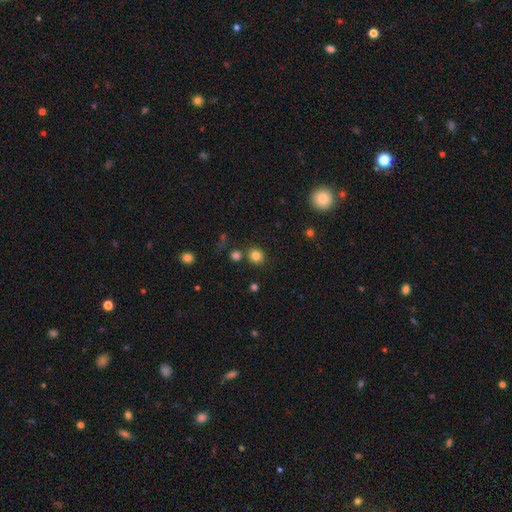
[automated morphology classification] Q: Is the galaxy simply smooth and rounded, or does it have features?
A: smooth — 82%.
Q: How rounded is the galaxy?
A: round — 82%.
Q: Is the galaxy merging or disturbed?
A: none — 81%.